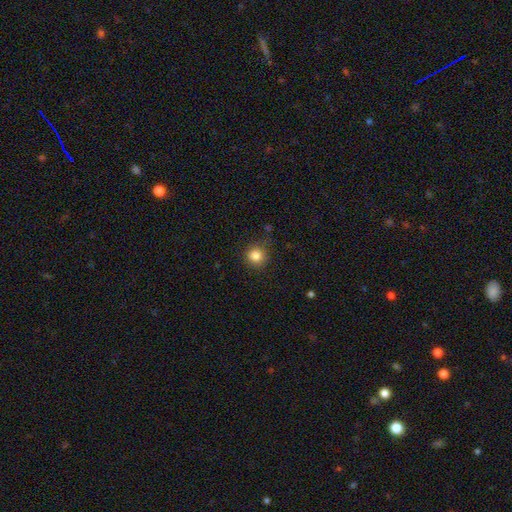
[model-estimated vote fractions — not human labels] Overall: smooth (84%). How rounded: round (93%). Merging: none (85%).